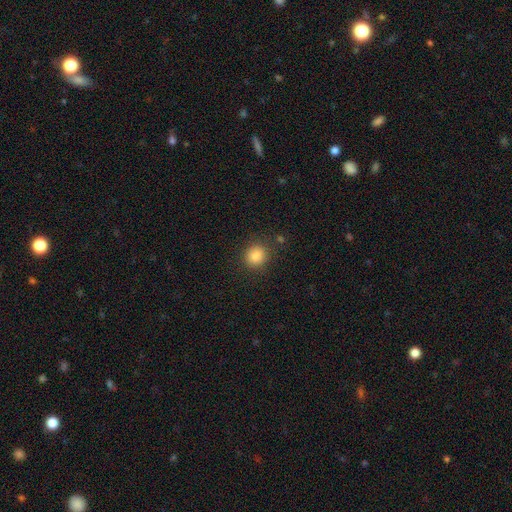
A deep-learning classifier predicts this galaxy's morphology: Smooth or featured? Predicted: smooth (p=0.85). How rounded? Predicted: round (p=0.81). Merging? Predicted: none (p=0.85).